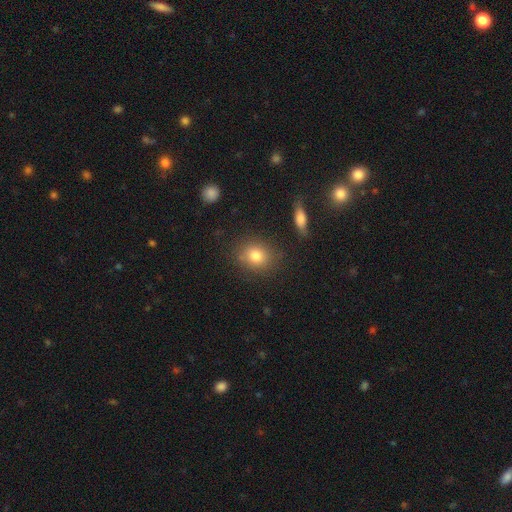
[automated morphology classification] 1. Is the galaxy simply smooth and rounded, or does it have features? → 81% smooth, 10% star or artifact, 9% featured or disk.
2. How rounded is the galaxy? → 62% round, 37% in between, 2% cigar-shaped.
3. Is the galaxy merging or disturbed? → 82% none, 12% minor disturbance, 4% major disturbance, 3% merger.